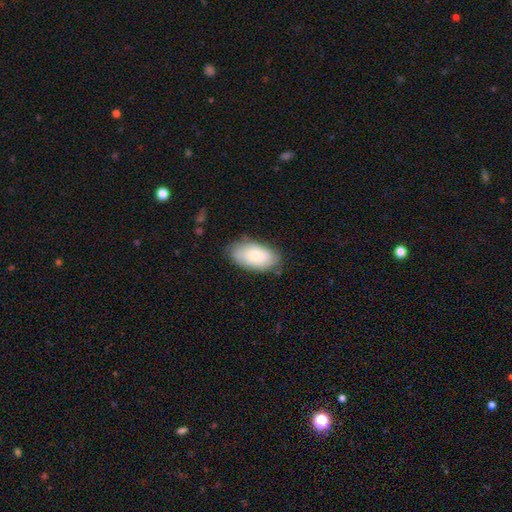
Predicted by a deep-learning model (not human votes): Q: Smooth or featured?
A: smooth (69%); runner-up: featured or disk (25%)
Q: How rounded?
A: in between (94%); runner-up: round (4%)
Q: Merging?
A: none (75%); runner-up: minor disturbance (20%)